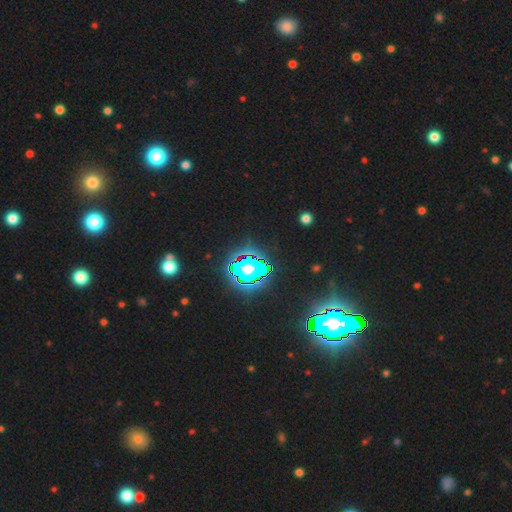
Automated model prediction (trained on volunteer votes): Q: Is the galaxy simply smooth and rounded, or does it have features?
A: star or artifact — 84%.